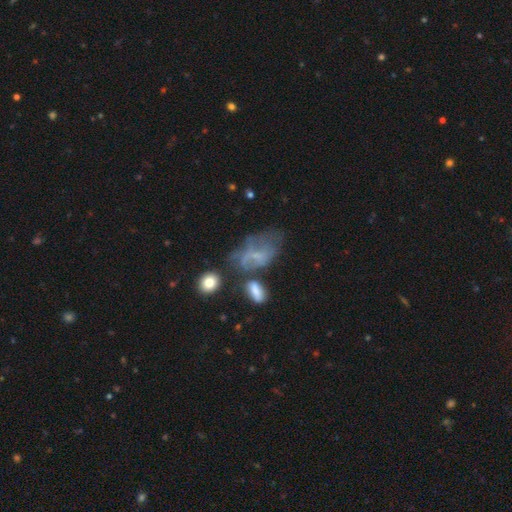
Smooth or featured? featured or disk (59%)
Edge-on disk? no (100%)
Bar? no (78%)
Spiral arms? yes (52%)
Spiral winding? medium (42%)
Spiral arm count? can't tell (33%)
Bulge size? small (57%)
Merging? major disturbance (43%)